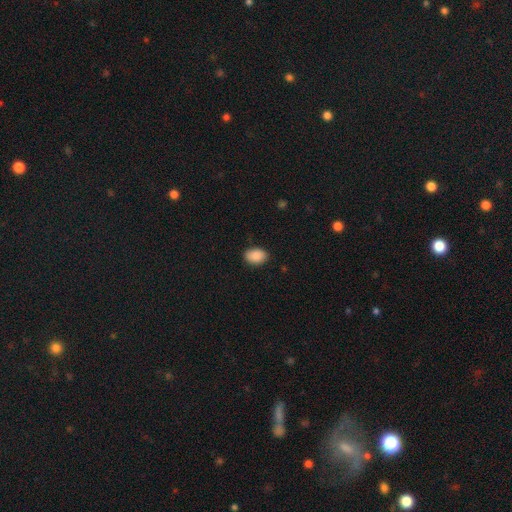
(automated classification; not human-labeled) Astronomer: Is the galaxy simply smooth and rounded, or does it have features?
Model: smooth — 89%.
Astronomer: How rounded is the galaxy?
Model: in between — 81%.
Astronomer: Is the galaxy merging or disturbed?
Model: none — 85%.